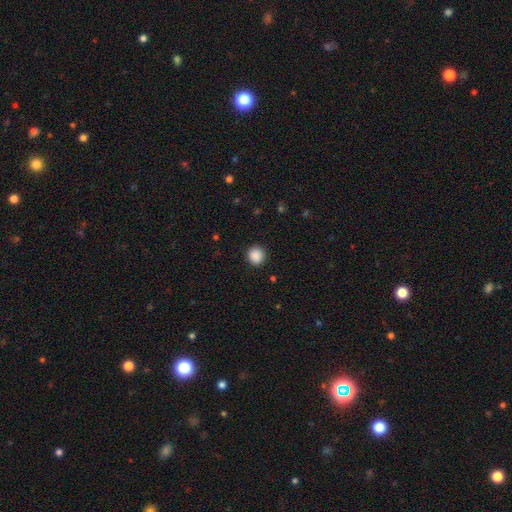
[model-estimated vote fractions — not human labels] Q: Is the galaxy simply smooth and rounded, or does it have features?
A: smooth — 88%.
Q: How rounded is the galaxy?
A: round — 90%.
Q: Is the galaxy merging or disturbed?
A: none — 90%.